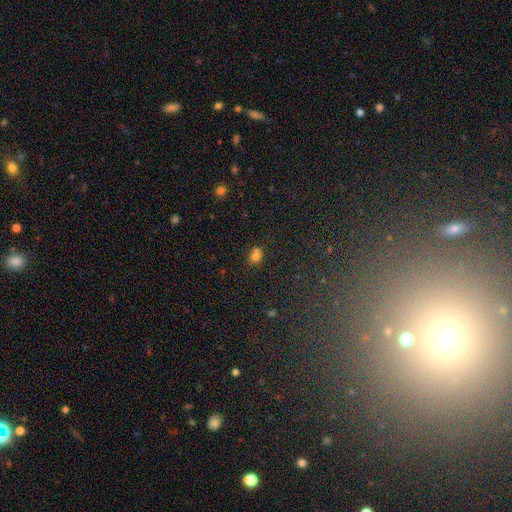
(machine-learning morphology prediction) smooth 72%, star or artifact 16%, featured or disk 12%. Down the decision tree: how rounded — in between (58%); merging — none (50%).